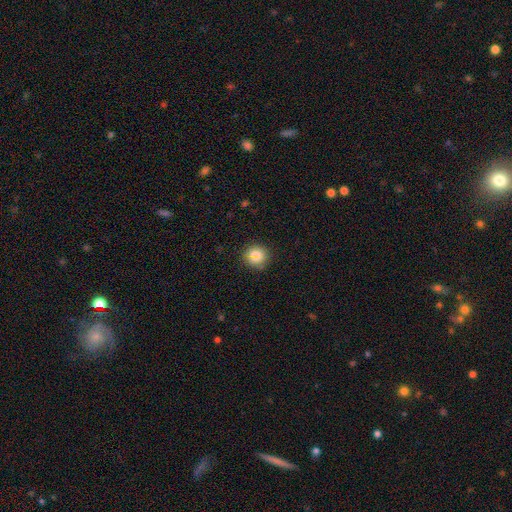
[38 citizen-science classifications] smooth 87%, featured or disk 11%, star or artifact 3%. Down the decision tree: how rounded — round (94%); merging — none (92%).